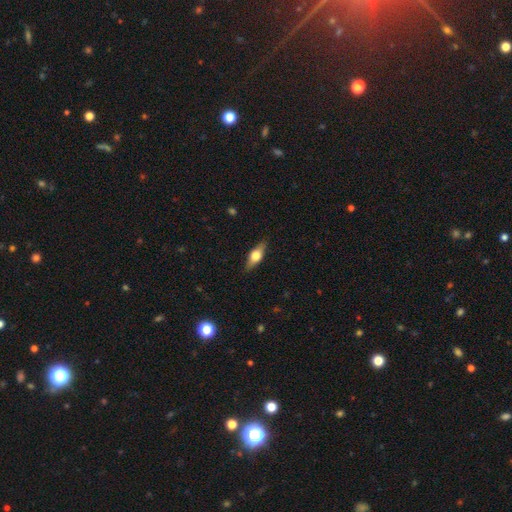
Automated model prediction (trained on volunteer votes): A smooth galaxy with no disk features (48%). Merging: none (87%).